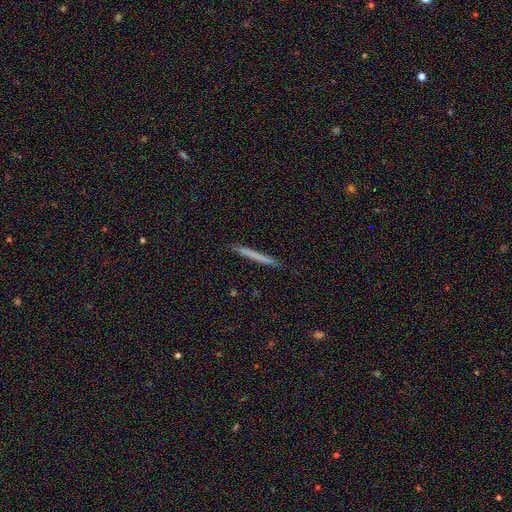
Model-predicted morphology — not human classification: A smooth galaxy with no disk features (65%) that is cigar-shaped (97%).

Vote fractions:
- Smooth or featured? smooth: 65% / featured or disk: 29% / star or artifact: 6%
- How rounded? cigar-shaped: 97% / in between: 2% / round: 1%
- Merging? none: 92% / minor disturbance: 6% / major disturbance: 1% / merger: 1%